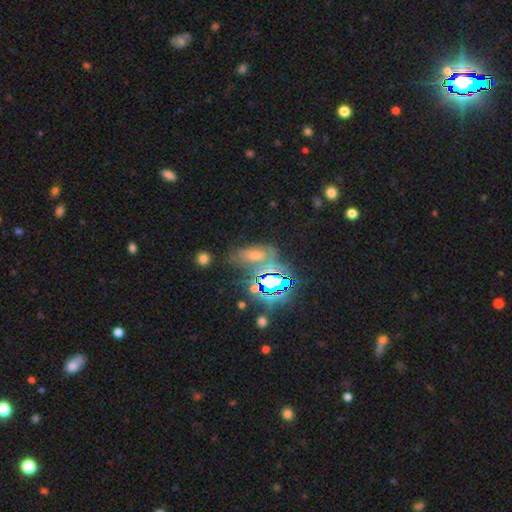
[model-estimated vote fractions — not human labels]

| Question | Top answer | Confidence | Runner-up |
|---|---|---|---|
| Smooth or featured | star or artifact | 58% | smooth (24%) |